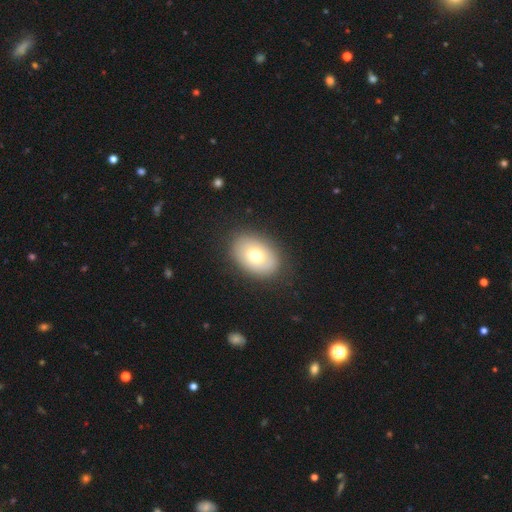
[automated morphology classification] A smooth galaxy with no disk features (71%) that is in between round and cigar-shaped (83%).

Vote fractions:
- Smooth or featured? smooth: 71% / featured or disk: 22% / star or artifact: 7%
- How rounded? in between: 83% / round: 16% / cigar-shaped: 1%
- Merging? none: 86% / minor disturbance: 10% / major disturbance: 3% / merger: 1%